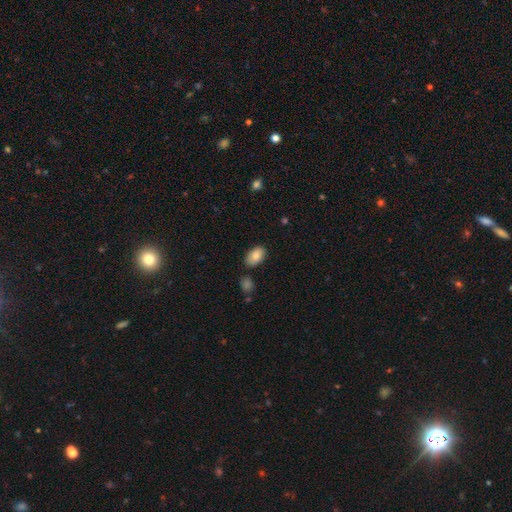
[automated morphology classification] Smooth or featured?
  - smooth: 85% *
  - featured or disk: 8%
  - star or artifact: 7%
How rounded?
  - in between: 93% *
  - round: 5%
  - cigar-shaped: 1%
Merging?
  - none: 81% *
  - minor disturbance: 12%
  - merger: 4%
  - major disturbance: 3%